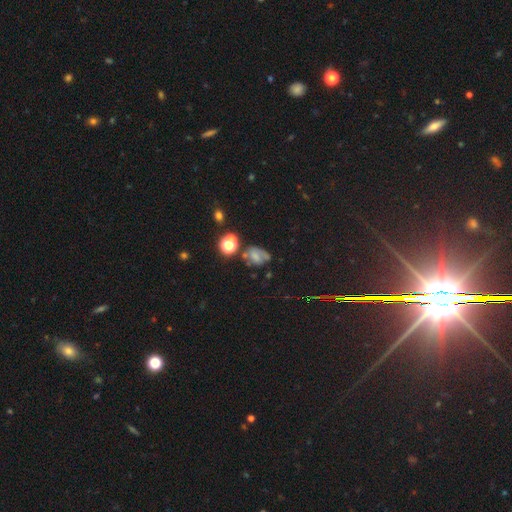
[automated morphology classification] This is possibly a smooth galaxy (47%). Merging: marginally none (43%).